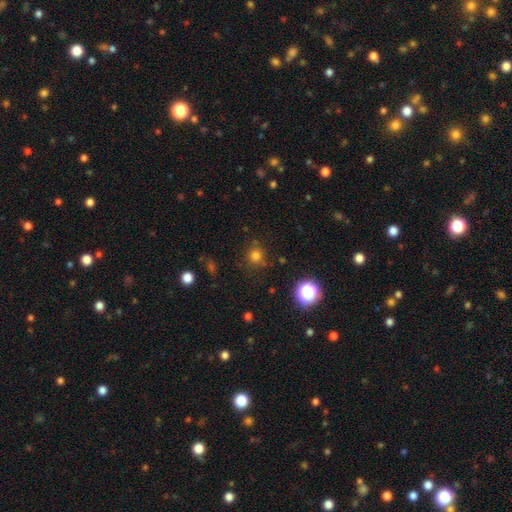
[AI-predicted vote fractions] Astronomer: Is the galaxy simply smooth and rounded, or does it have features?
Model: smooth — 73%.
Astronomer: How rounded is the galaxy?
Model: round — 91%.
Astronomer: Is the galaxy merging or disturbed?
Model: none — 81%.